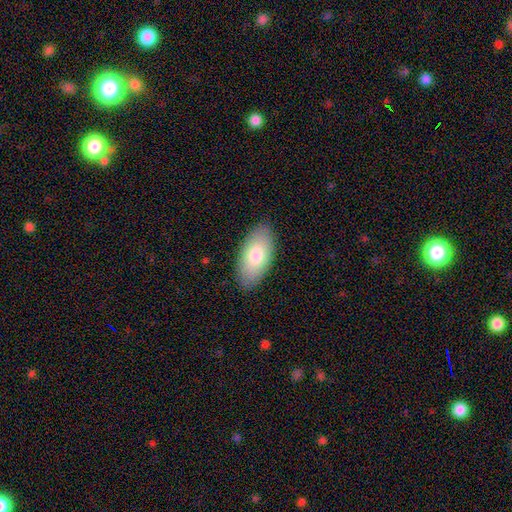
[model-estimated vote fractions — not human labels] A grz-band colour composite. It shows a smooth galaxy with no disk features (78%) that is in between round and cigar-shaped (93%). Merging: none (87%).